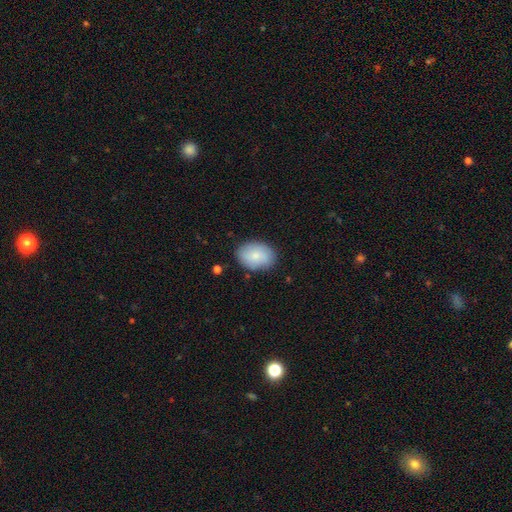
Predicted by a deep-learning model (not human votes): smooth-or-featured: smooth: 81% | featured or disk: 13% | star or artifact: 6%
  how-rounded: in between: 83% | round: 16% | cigar-shaped: 1%
  merging: none: 83% | minor disturbance: 13% | major disturbance: 3% | merger: 1%